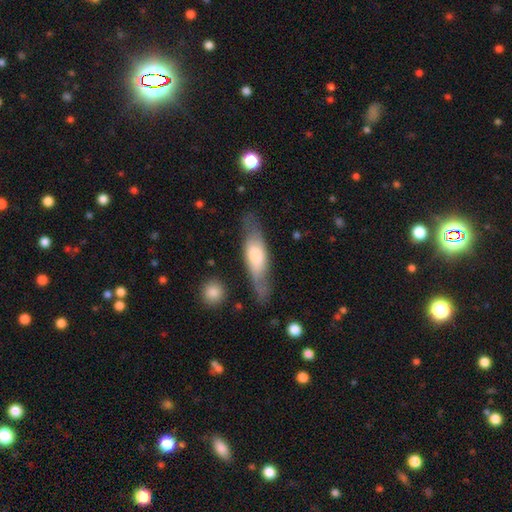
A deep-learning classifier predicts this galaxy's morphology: smooth-or-featured: smooth: 52% | featured or disk: 43% | star or artifact: 6%
  how-rounded: cigar-shaped: 54% | in between: 43% | round: 3%
  merging: none: 68% | minor disturbance: 20% | major disturbance: 8% | merger: 4%